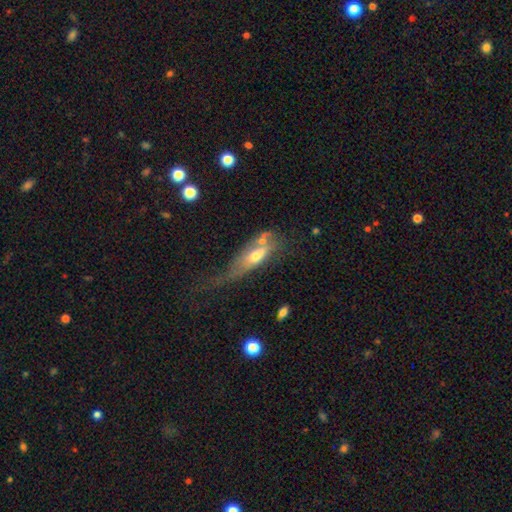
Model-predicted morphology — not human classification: Smooth or featured?
  - smooth: 53% *
  - featured or disk: 39%
  - star or artifact: 8%
How rounded?
  - in between: 63% *
  - cigar-shaped: 33%
  - round: 4%
Merging?
  - major disturbance: 36% *
  - none: 25%
  - minor disturbance: 25%
  - merger: 14%